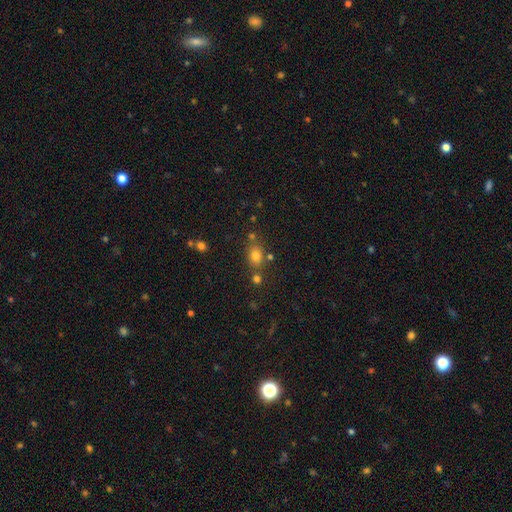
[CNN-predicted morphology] This appears to be a smooth galaxy with no disk features (74%) that is in between round and cigar-shaped (52%). Merging: none (68%).